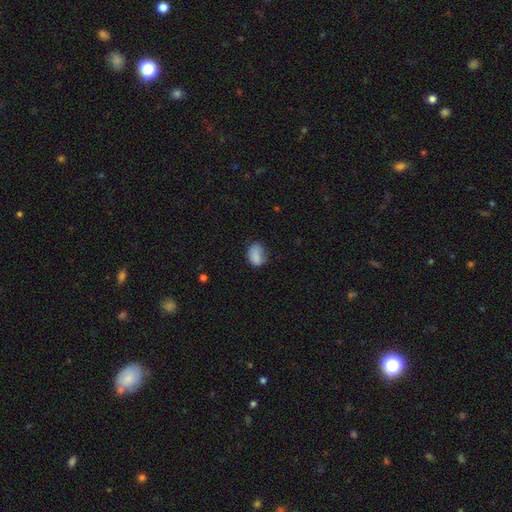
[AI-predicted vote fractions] Q: Smooth or featured?
A: smooth (80%); runner-up: featured or disk (10%)
Q: How rounded?
A: in between (66%); runner-up: round (33%)
Q: Merging?
A: none (53%); runner-up: minor disturbance (33%)